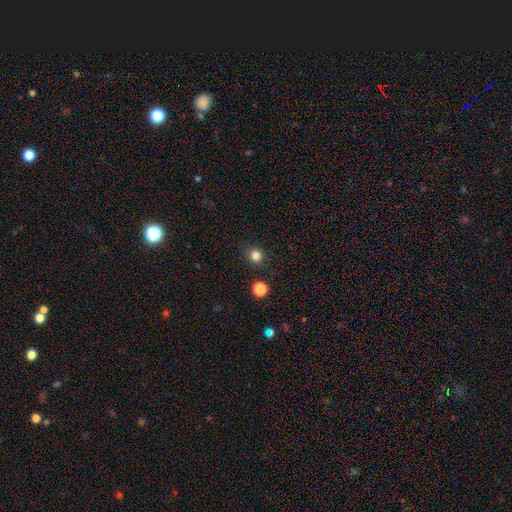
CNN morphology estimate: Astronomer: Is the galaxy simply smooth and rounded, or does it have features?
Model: smooth — 82%.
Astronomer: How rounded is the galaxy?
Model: round — 89%.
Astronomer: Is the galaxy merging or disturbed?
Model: none — 88%.